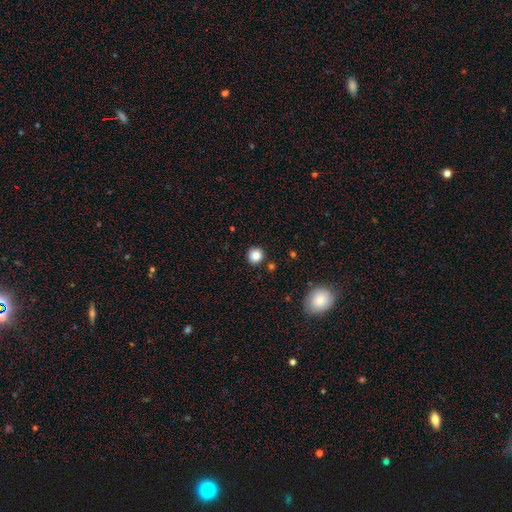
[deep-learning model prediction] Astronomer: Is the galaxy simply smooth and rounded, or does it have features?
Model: smooth — 85%.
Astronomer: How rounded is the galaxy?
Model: round — 92%.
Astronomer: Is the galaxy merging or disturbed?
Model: none — 89%.